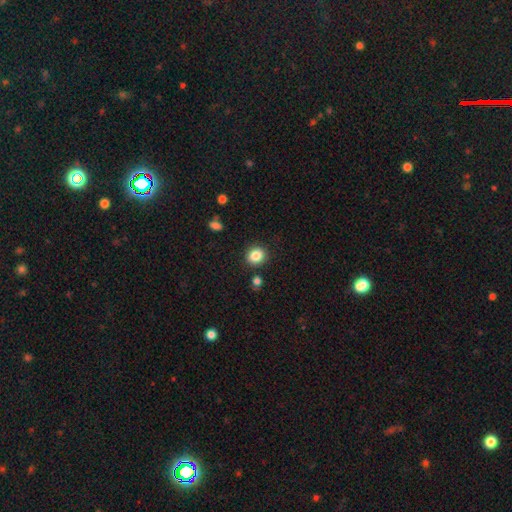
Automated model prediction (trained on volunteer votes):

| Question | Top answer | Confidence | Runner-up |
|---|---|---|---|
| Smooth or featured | smooth | 85% | star or artifact (10%) |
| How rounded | round | 79% | in between (20%) |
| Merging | none | 87% | minor disturbance (7%) |